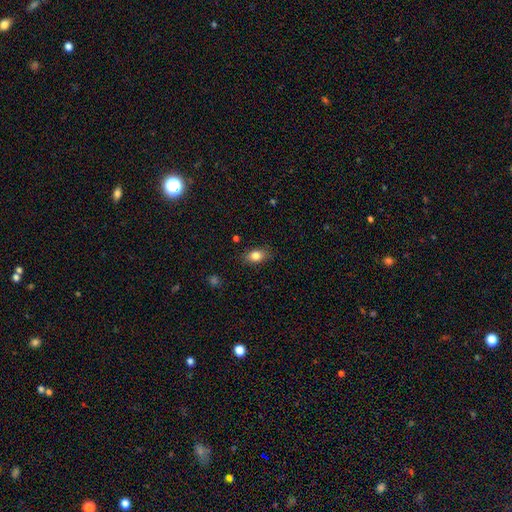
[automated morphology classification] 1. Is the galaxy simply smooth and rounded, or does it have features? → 82% smooth, 9% featured or disk, 9% star or artifact.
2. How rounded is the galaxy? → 81% in between, 16% round, 3% cigar-shaped.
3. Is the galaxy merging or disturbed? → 83% none, 13% minor disturbance, 3% major disturbance, 1% merger.